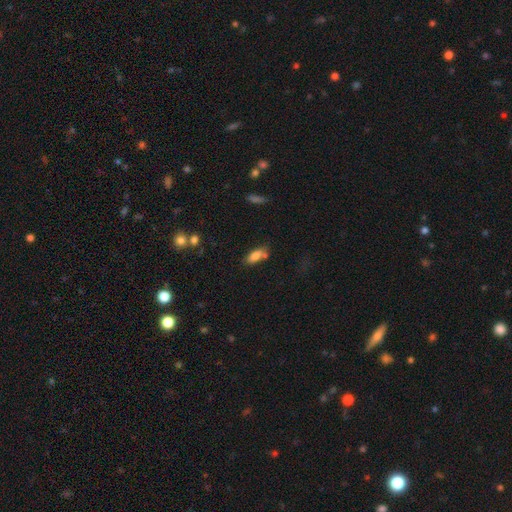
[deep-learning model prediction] Smooth or featured?
  - smooth: 80% *
  - featured or disk: 11%
  - star or artifact: 9%
How rounded?
  - in between: 81% *
  - cigar-shaped: 16%
  - round: 3%
Merging?
  - none: 53% *
  - minor disturbance: 21%
  - merger: 20%
  - major disturbance: 7%